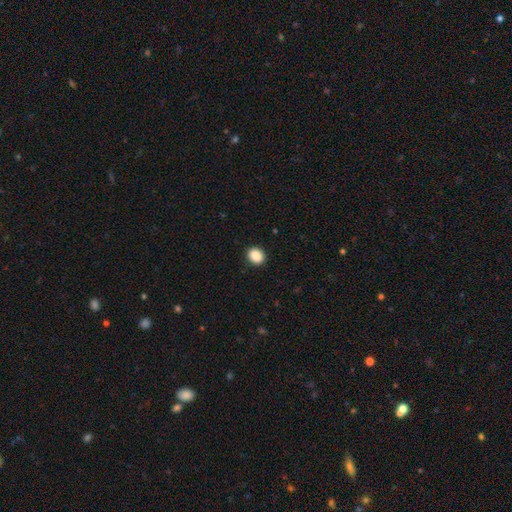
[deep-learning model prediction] smooth-or-featured: smooth: 89% | star or artifact: 8% | featured or disk: 3%
  how-rounded: round: 55% | in between: 44% | cigar-shaped: 1%
  merging: none: 91% | minor disturbance: 7% | major disturbance: 2% | merger: 1%